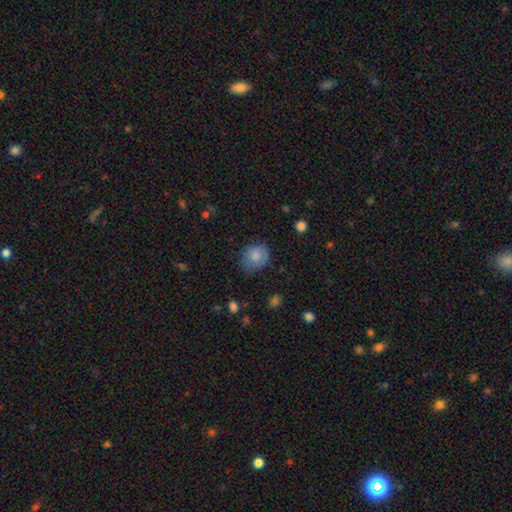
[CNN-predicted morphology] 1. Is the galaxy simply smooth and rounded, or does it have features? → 78% smooth, 13% featured or disk, 8% star or artifact.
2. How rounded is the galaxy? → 60% round, 39% in between, 1% cigar-shaped.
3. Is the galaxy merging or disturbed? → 66% none, 26% minor disturbance, 7% major disturbance, 1% merger.